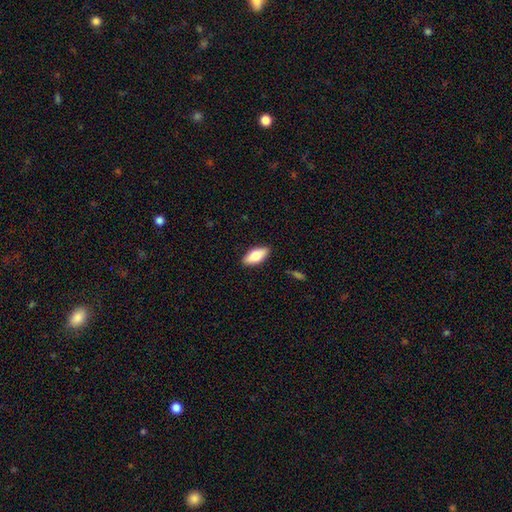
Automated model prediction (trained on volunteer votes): Q: Smooth or featured?
A: smooth (76%); runner-up: featured or disk (17%)
Q: How rounded?
A: in between (86%); runner-up: cigar-shaped (12%)
Q: Merging?
A: none (88%); runner-up: minor disturbance (9%)